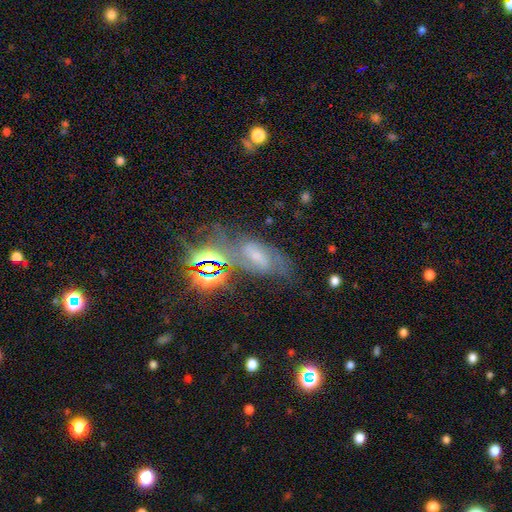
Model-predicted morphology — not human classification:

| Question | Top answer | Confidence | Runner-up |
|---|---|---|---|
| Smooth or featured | featured or disk | 49% | star or artifact (31%) |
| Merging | none | 50% | minor disturbance (21%) |